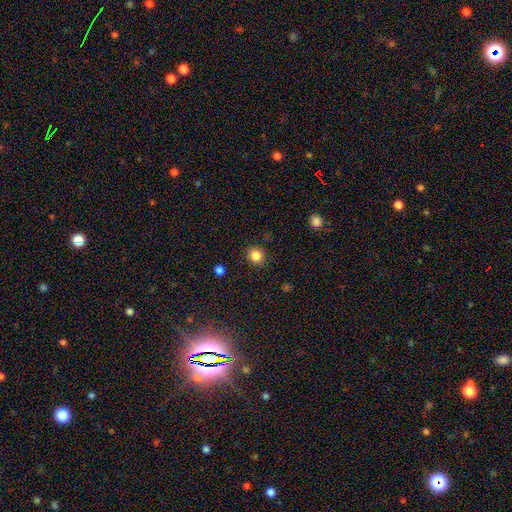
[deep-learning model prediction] A smooth galaxy with no disk features (84%) that is round (85%). Merging: none (90%).